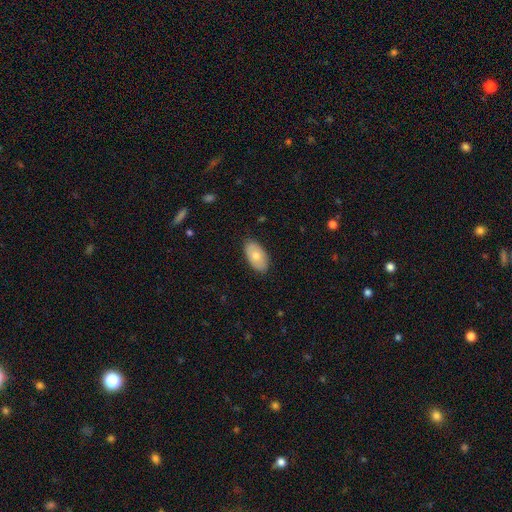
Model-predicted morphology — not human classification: Q: Smooth or featured?
A: smooth (68%); runner-up: featured or disk (26%)
Q: How rounded?
A: in between (94%); runner-up: round (4%)
Q: Merging?
A: none (86%); runner-up: minor disturbance (11%)